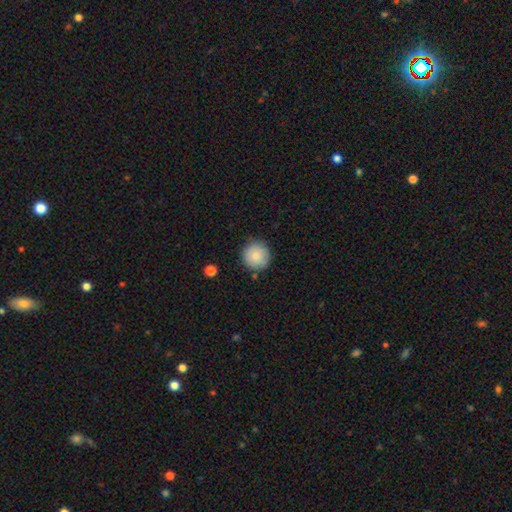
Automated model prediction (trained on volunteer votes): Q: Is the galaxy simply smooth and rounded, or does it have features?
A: smooth — 83%.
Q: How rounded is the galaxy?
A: round — 96%.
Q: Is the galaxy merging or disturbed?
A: none — 86%.